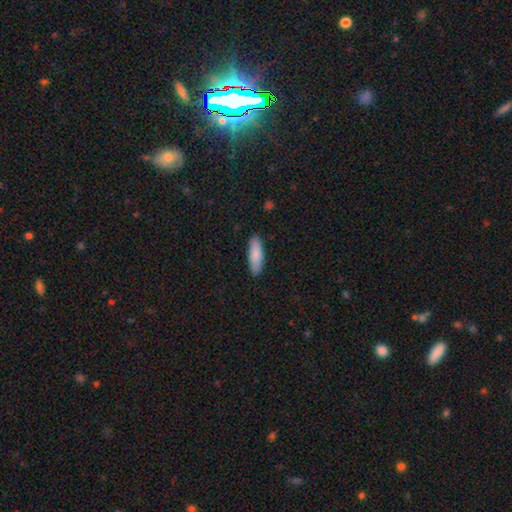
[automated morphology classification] The model was most divided on "how rounded": in between: 56%, cigar-shaped: 42%, round: 2%. More confident: merging — none (87%); smooth or featured — smooth (85%).